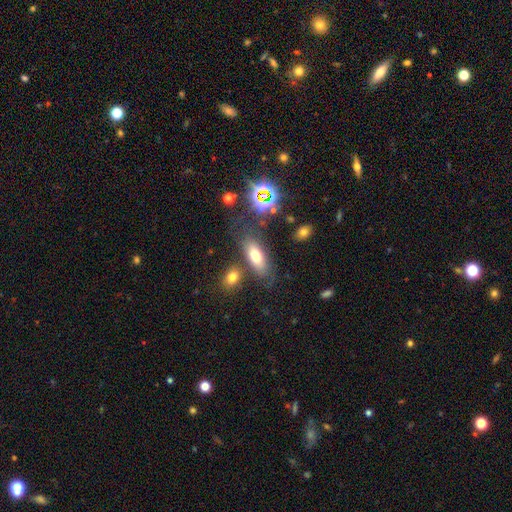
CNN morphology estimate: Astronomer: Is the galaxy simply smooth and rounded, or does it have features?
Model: smooth — 66%.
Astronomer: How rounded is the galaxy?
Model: in between — 76%.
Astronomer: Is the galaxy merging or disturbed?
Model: none — 68%.